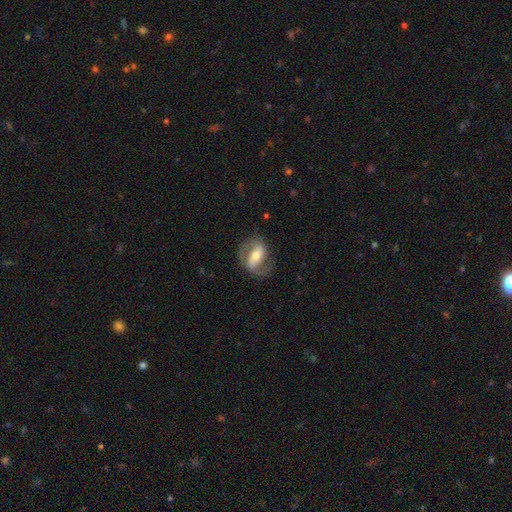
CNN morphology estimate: Smooth or featured? featured or disk (77%)
Edge-on disk? no (95%)
Bar? strong (49%)
Spiral arms? yes (89%)
Spiral winding? medium (48%)
Spiral arm count? 2 (84%)
Bulge size? moderate (56%)
Merging? none (72%)